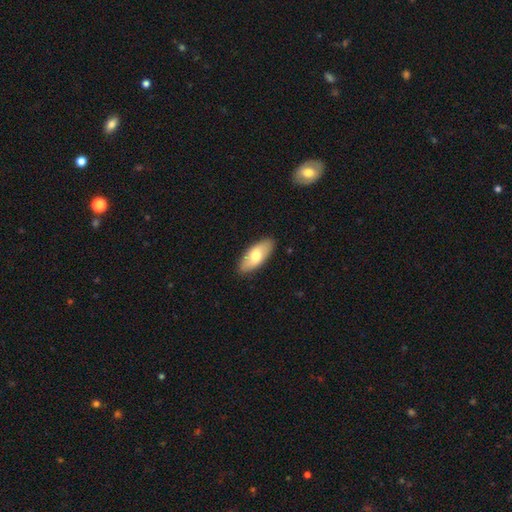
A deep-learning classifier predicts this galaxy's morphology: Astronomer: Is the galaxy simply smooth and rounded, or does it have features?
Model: smooth — 67%.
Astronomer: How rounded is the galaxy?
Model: in between — 87%.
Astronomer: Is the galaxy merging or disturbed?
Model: none — 88%.